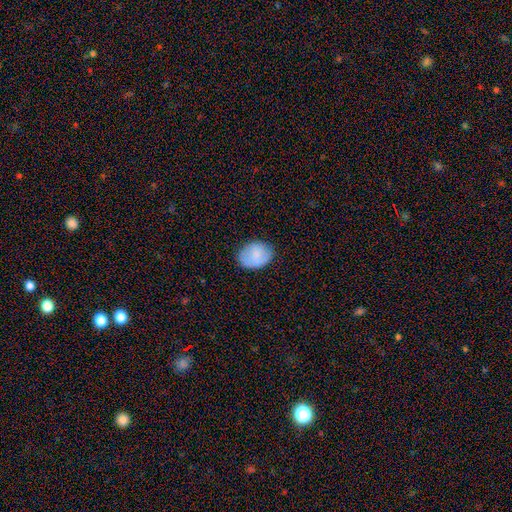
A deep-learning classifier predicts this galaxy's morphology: Smooth or featured? smooth (79%)
How rounded? in between (65%)
Merging? none (77%)